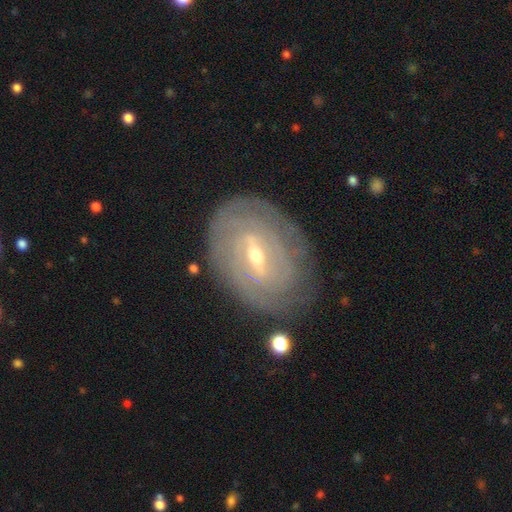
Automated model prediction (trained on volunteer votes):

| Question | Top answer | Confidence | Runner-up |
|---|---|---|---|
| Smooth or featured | featured or disk | 84% | smooth (11%) |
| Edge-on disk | no | 94% | yes (6%) |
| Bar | weak | 50% | strong (36%) |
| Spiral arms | yes | 86% | no (14%) |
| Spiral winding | tight | 80% | medium (15%) |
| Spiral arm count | can't tell | 49% | 2 (20%) |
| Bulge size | small | 49% | moderate (48%) |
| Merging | none | 76% | minor disturbance (16%) |